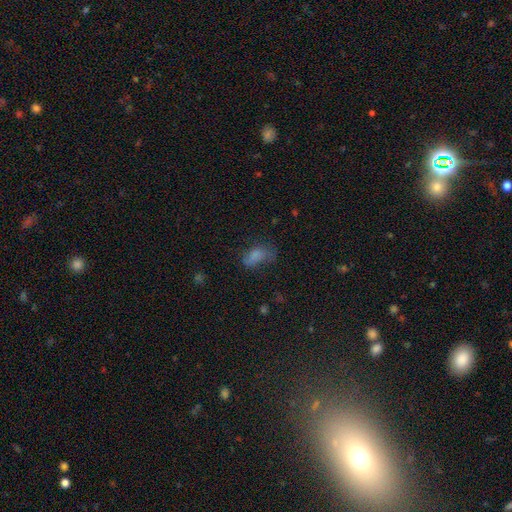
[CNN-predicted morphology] smooth_or_featured: smooth (p=0.70) [alt: featured or disk p=0.15]
how_rounded: in between (p=0.88) [alt: round p=0.08]
merging: none (p=0.38) [alt: minor disturbance p=0.29]